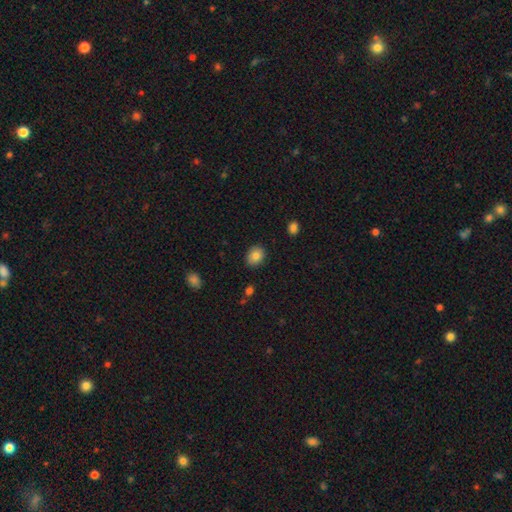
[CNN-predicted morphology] The model was most divided on "how rounded": round: 52%, in between: 47%, cigar-shaped: 1%. More confident: merging — none (86%); smooth or featured — smooth (82%).